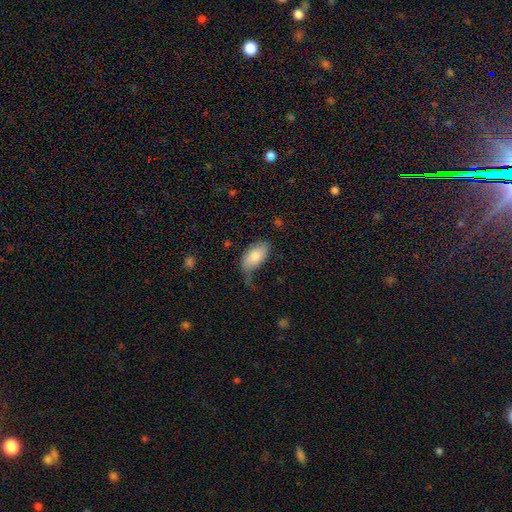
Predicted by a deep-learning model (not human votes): This appears to be a smooth galaxy with no disk features (81%) that is in between round and cigar-shaped (94%). Merging: none (44%).